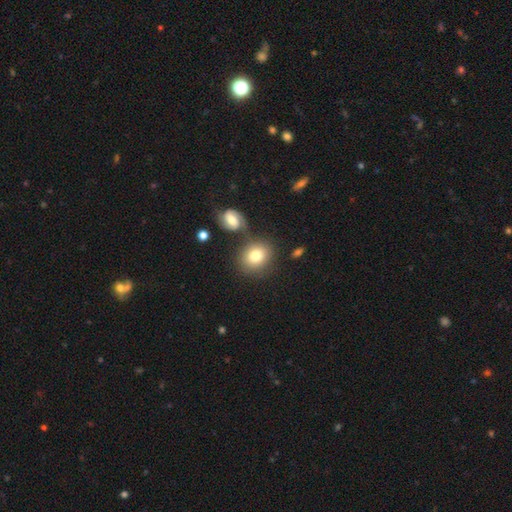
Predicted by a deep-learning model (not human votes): This is likely a smooth galaxy (77%). How rounded: likely round (65%). Merging: likely none (68%).